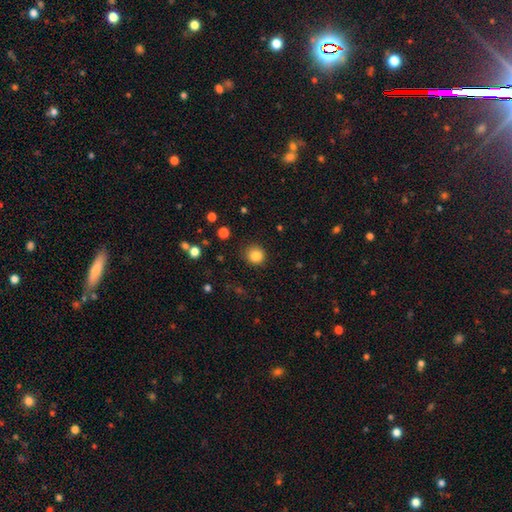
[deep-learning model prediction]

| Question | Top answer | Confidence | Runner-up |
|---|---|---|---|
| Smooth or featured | smooth | 85% | star or artifact (11%) |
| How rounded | round | 87% | in between (12%) |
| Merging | none | 88% | minor disturbance (8%) |